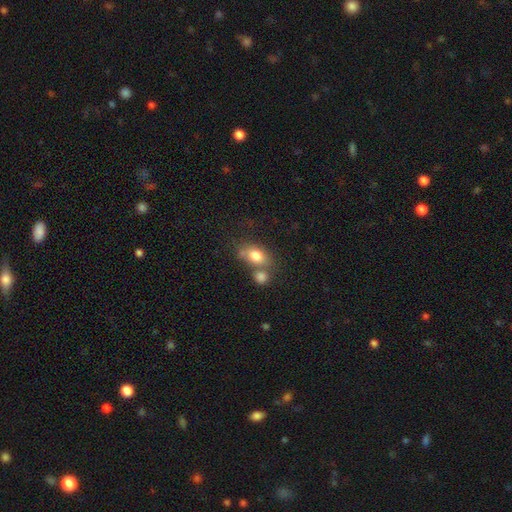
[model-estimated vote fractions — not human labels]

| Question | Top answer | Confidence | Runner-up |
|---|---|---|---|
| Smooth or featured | smooth | 78% | featured or disk (13%) |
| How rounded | in between | 74% | round (23%) |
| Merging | none | 45% | merger (35%) |